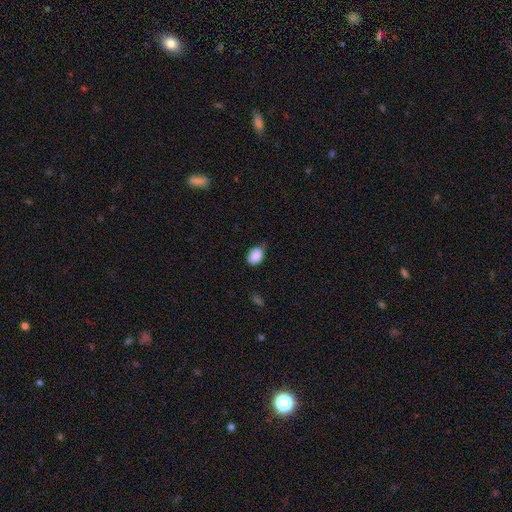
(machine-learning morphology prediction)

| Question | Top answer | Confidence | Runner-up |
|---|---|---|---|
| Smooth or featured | smooth | 89% | star or artifact (8%) |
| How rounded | in between | 75% | round (24%) |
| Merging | none | 63% | minor disturbance (30%) |